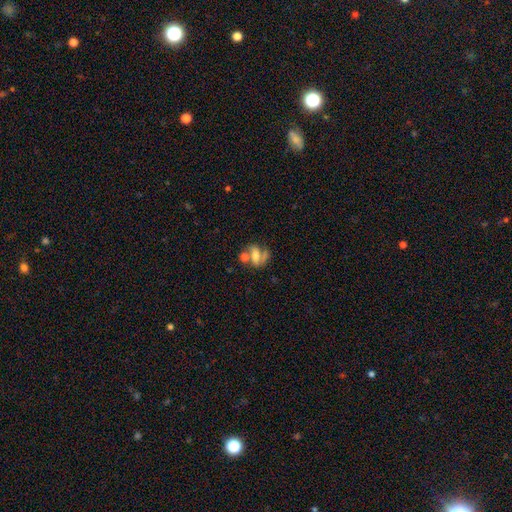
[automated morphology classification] Smooth or featured?
  - smooth: 45% *
  - featured or disk: 44%
  - star or artifact: 11%
Merging?
  - merger: 37% *
  - none: 32%
  - minor disturbance: 16%
  - major disturbance: 15%